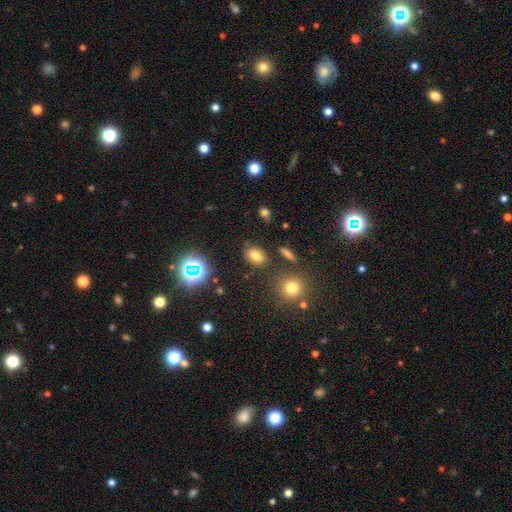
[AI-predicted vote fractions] smooth-or-featured: smooth: 72% | star or artifact: 19% | featured or disk: 9%
  how-rounded: in between: 67% | round: 31% | cigar-shaped: 2%
  merging: none: 81% | minor disturbance: 11% | merger: 4% | major disturbance: 3%